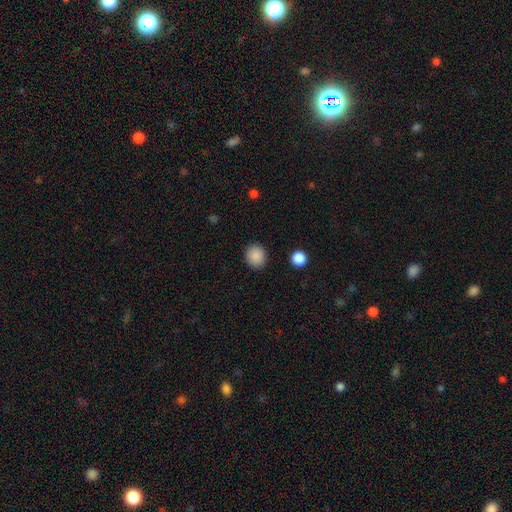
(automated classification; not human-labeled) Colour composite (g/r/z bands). It shows a smooth galaxy with no disk features (88%) that is round (77%). Merging: none (90%).